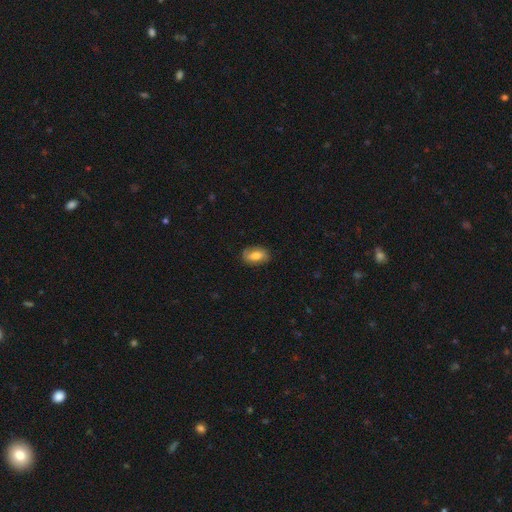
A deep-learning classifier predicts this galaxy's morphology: Smooth or featured: smooth — 66% (featured or disk — 26%)
How rounded: in between — 88% (round — 9%)
Merging: none — 79% (minor disturbance — 16%)